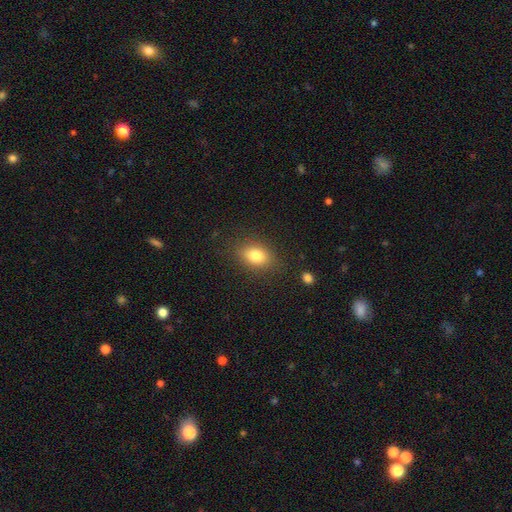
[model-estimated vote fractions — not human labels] Morphology: type=smooth (79%); roundness=in between (76%); merging=none (85%).